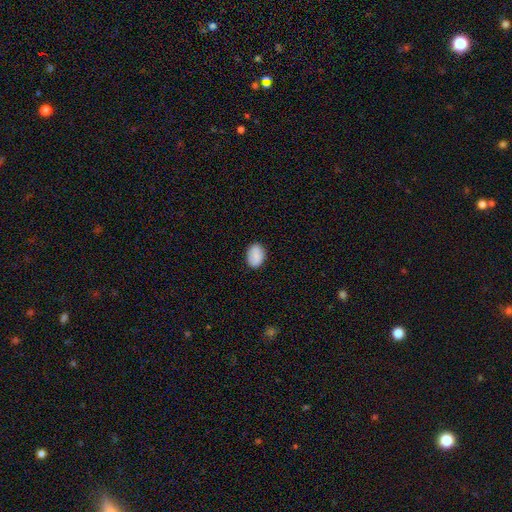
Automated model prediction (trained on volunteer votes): Overall: smooth (84%). How rounded: in between (77%). Merging: none (86%).